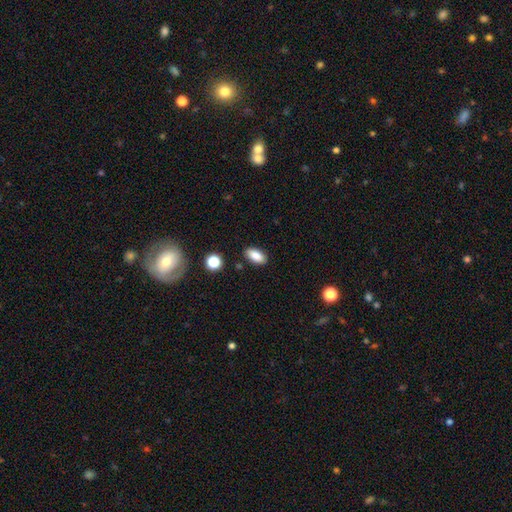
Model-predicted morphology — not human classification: Smooth or featured? smooth (85%)
How rounded? in between (88%)
Merging? none (87%)